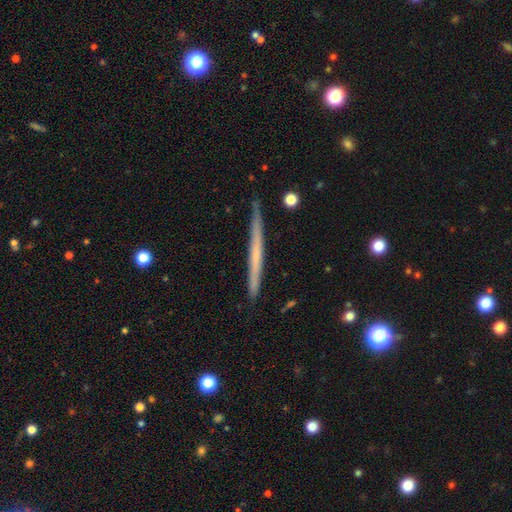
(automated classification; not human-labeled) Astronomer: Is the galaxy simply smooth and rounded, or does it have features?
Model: featured or disk — 51% (runner-up: smooth, 43%).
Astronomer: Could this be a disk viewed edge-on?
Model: yes — 97%.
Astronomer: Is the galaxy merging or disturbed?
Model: none — 89%.